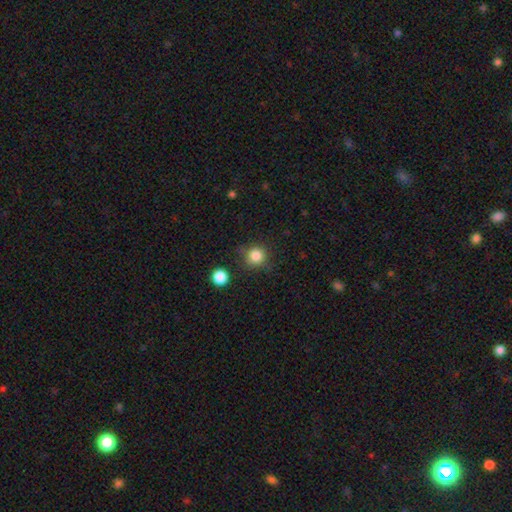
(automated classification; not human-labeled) smooth_or_featured: smooth (p=0.84) [alt: star or artifact p=0.11]
how_rounded: round (p=0.92) [alt: in between p=0.07]
merging: none (p=0.81) [alt: minor disturbance p=0.12]